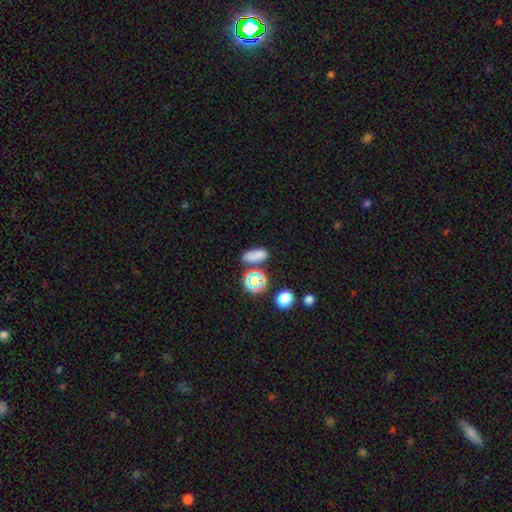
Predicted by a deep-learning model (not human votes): Smooth or featured: smooth — 69% (star or artifact — 22%)
How rounded: in between — 77% (round — 14%)
Merging: none — 62% (minor disturbance — 17%)